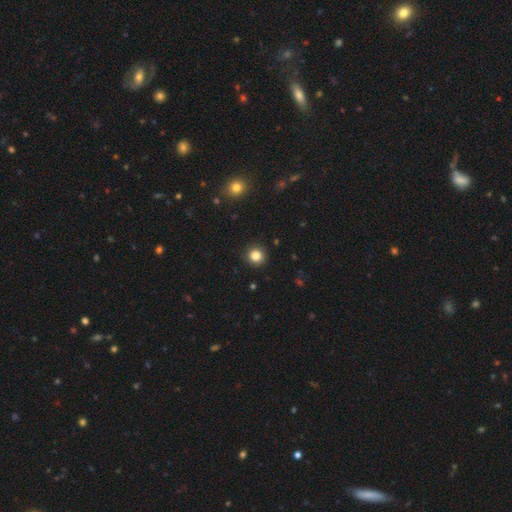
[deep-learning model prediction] smooth-or-featured: smooth: 83% | star or artifact: 12% | featured or disk: 5%
  how-rounded: round: 92% | in between: 7% | cigar-shaped: 1%
  merging: none: 90% | minor disturbance: 7% | major disturbance: 2% | merger: 1%